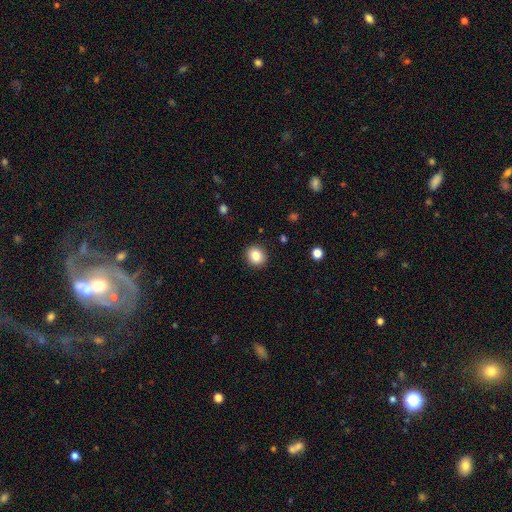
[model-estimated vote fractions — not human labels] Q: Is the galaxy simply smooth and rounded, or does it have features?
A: smooth — 83%.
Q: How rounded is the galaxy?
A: round — 81%.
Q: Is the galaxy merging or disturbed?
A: none — 91%.